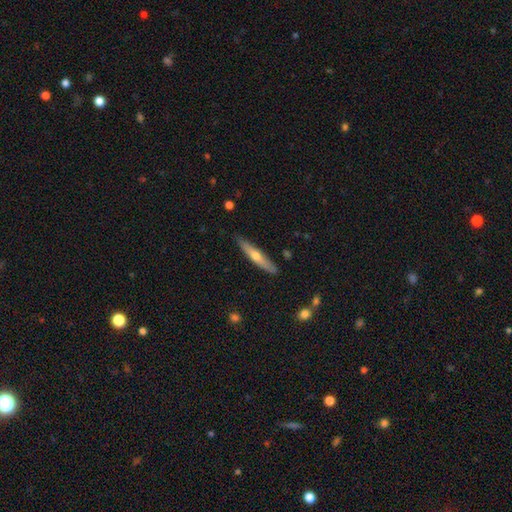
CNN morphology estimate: Smooth or featured? Predicted: featured or disk (p=0.49). Merging? Predicted: none (p=0.88).